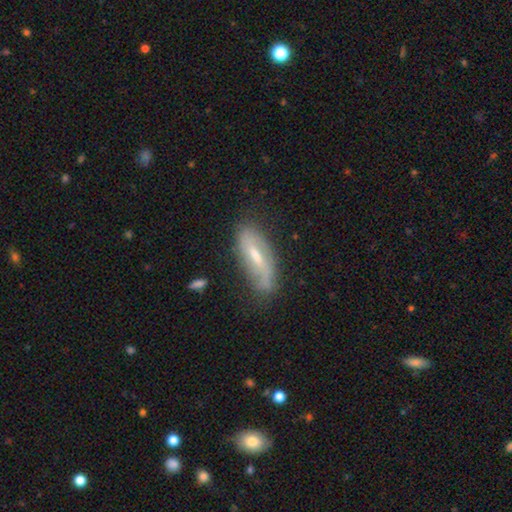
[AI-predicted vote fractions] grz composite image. It shows a featured or disk galaxy (63%) with a weak bar (47%), spiral arms (77%) and a moderate central bulge (47%). Merging: none (65%).